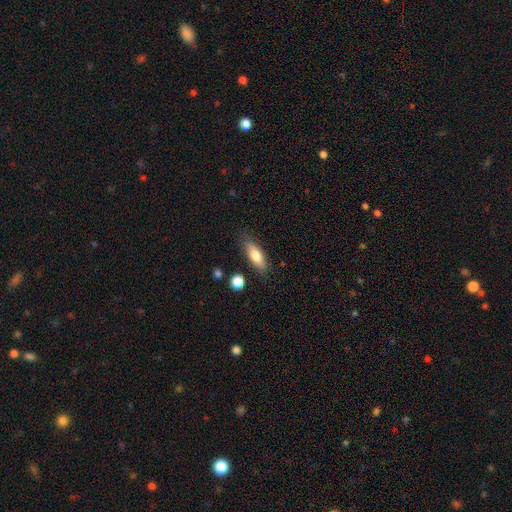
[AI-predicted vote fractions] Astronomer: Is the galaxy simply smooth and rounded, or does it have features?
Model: smooth — 78%.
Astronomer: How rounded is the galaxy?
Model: in between — 64%.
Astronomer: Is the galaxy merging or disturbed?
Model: none — 79%.